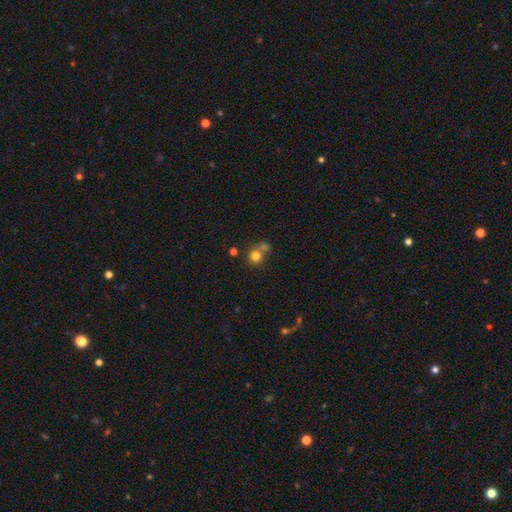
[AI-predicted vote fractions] smooth-or-featured: smooth: 76% | star or artifact: 14% | featured or disk: 10%
  how-rounded: round: 87% | in between: 12% | cigar-shaped: 1%
  merging: none: 48% | merger: 41% | minor disturbance: 7% | major disturbance: 4%